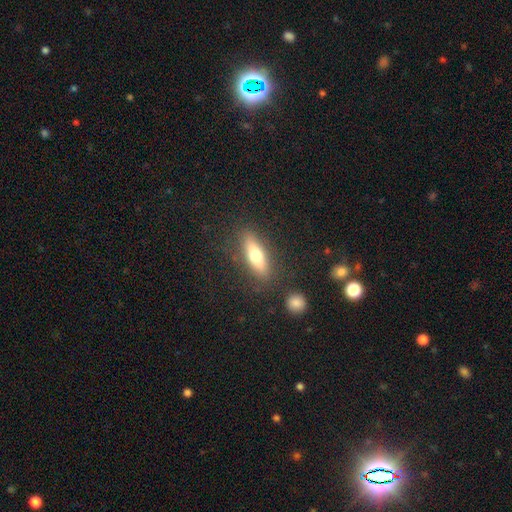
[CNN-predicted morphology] smooth-or-featured: smooth: 65% | featured or disk: 28% | star or artifact: 7%
  how-rounded: cigar-shaped: 50% | in between: 47% | round: 3%
  merging: none: 82% | minor disturbance: 11% | major disturbance: 4% | merger: 3%